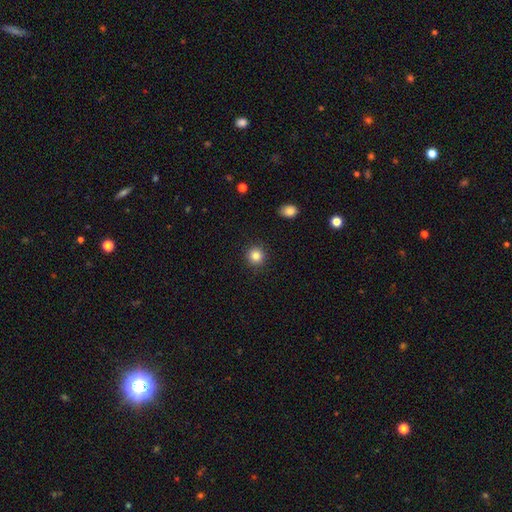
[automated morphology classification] This is clearly a smooth galaxy (85%). How rounded: clearly round (93%). Merging: clearly none (91%).